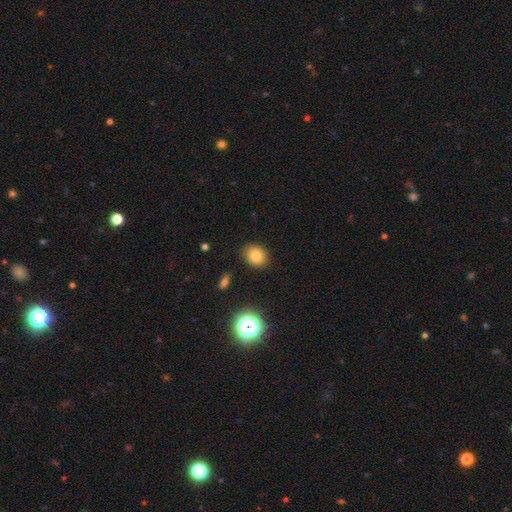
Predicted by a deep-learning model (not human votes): A smooth galaxy with no disk features (80%) that is round (52%). Merging: none (88%).